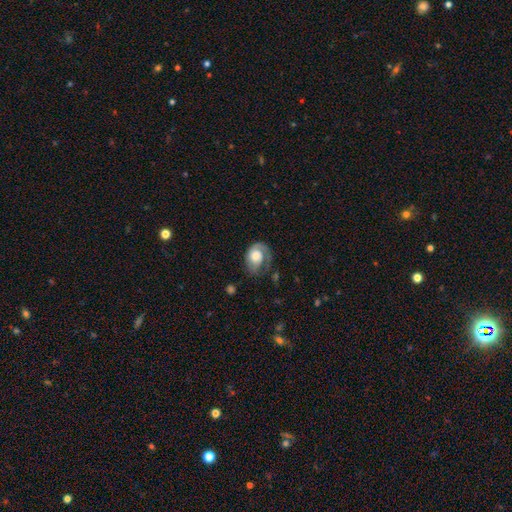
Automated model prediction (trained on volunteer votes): smooth-or-featured: featured or disk: 60% | smooth: 33% | star or artifact: 6%
  disk-edge-on: no: 97% | yes: 3%
    bar: no: 78% | weak: 18% | strong: 3%
    has-spiral-arms: yes: 85% | no: 15%
    bulge-size: large: 42% | moderate: 36% | small: 11% | dominant: 6% | none: 5%
  merging: none: 47% | major disturbance: 26% | minor disturbance: 24% | merger: 2%